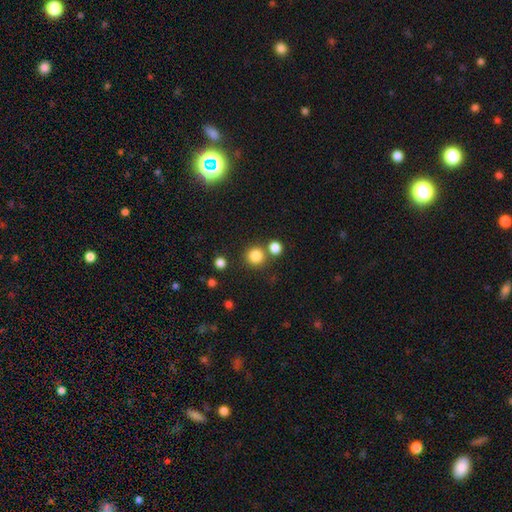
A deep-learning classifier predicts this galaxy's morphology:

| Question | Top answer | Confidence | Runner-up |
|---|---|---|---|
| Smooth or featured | smooth | 83% | star or artifact (13%) |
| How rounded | round | 93% | in between (6%) |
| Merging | none | 76% | merger (15%) |